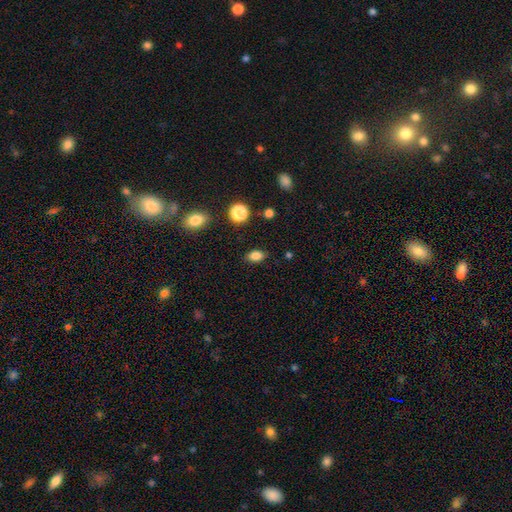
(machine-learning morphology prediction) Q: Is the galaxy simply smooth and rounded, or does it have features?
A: smooth — 84%.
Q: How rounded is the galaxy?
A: in between — 82%.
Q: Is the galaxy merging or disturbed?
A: none — 85%.